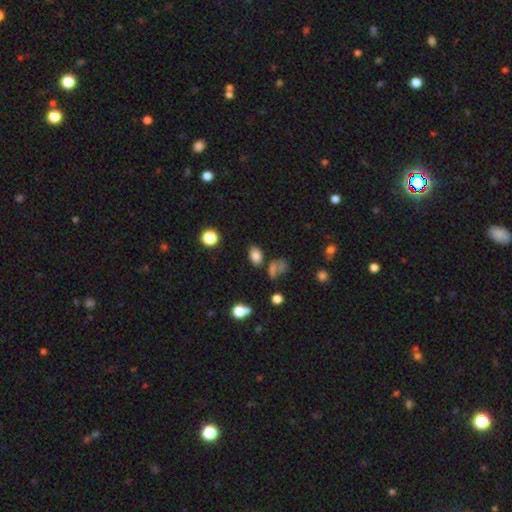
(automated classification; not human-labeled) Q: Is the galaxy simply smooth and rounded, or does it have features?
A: smooth — 79%.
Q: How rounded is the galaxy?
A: in between — 83%.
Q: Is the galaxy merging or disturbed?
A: none — 72%.